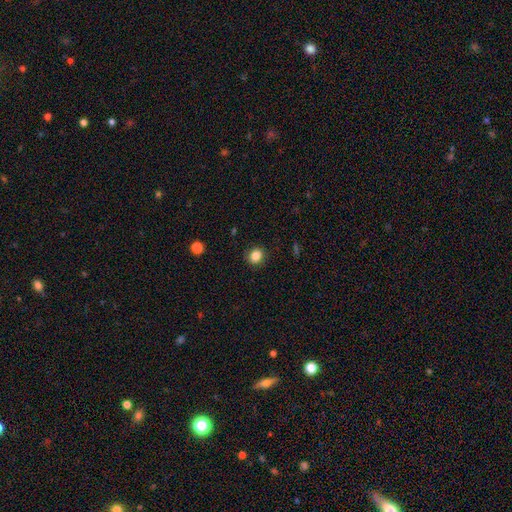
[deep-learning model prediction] Overall: smooth (84%). How rounded: round (75%). Merging: none (88%).